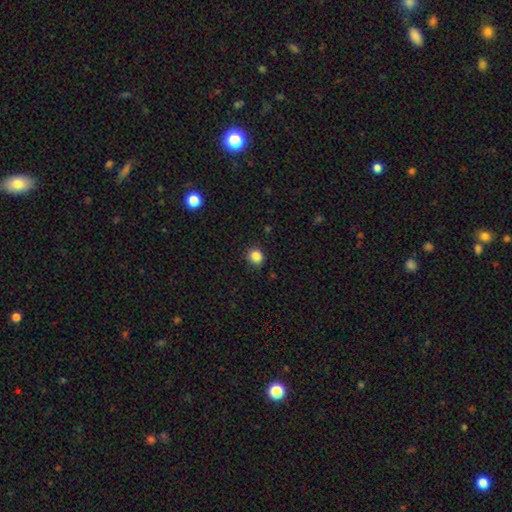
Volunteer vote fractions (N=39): smooth-or-featured: smooth: 90% | featured or disk: 8% | star or artifact: 3%
  how-rounded: round: 94% | in between: 6% | cigar-shaped: 0%
  merging: none: 82% | minor disturbance: 11% | major disturbance: 5% | merger: 3%